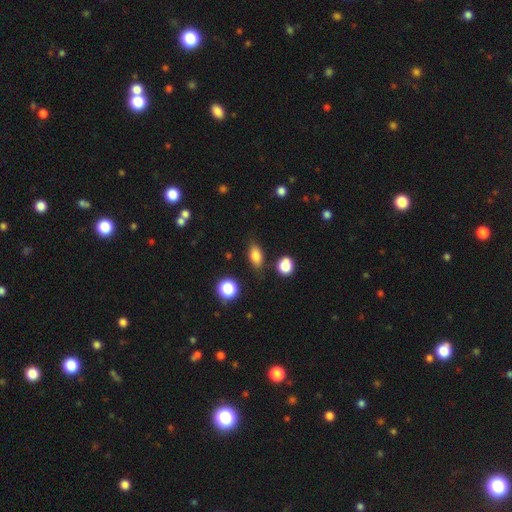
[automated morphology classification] type=smooth (82%); roundness=in between (82%); merging=none (80%).